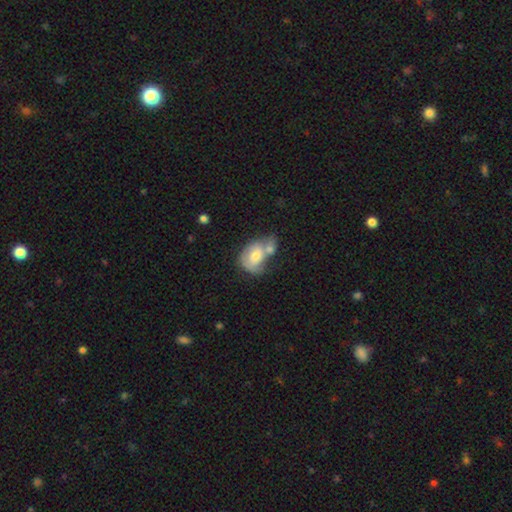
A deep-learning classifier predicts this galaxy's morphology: Smooth or featured? Predicted: smooth (p=0.61). How rounded? Predicted: in between (p=0.74). Merging? Predicted: merger (p=0.55).